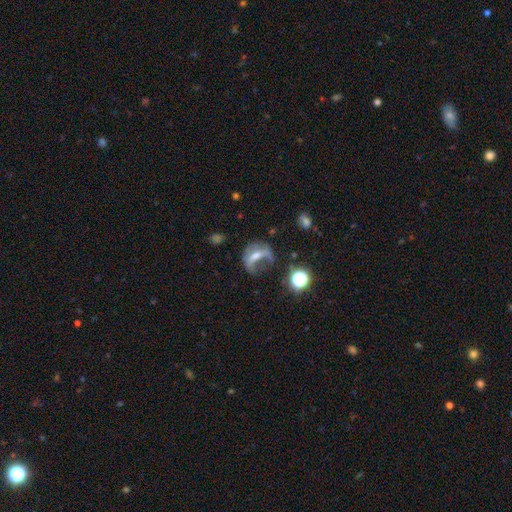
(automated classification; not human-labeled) Morphology: type=featured or disk (53%); edge-on=no (93%); merging=major disturbance (44%).